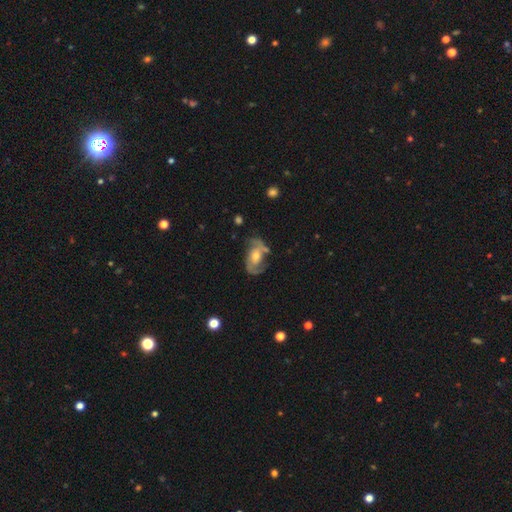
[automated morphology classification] Smooth or featured: featured or disk — 83% (smooth — 11%)
Edge-on disk: no — 96% (yes — 4%)
Bar: no — 59% (weak — 32%)
Spiral arms: yes — 93% (no — 7%)
Spiral winding: medium — 51% (tight — 26%)
Spiral arm count: 2 — 88% (can't tell — 6%)
Bulge size: moderate — 66% (small — 23%)
Merging: none — 70% (minor disturbance — 18%)